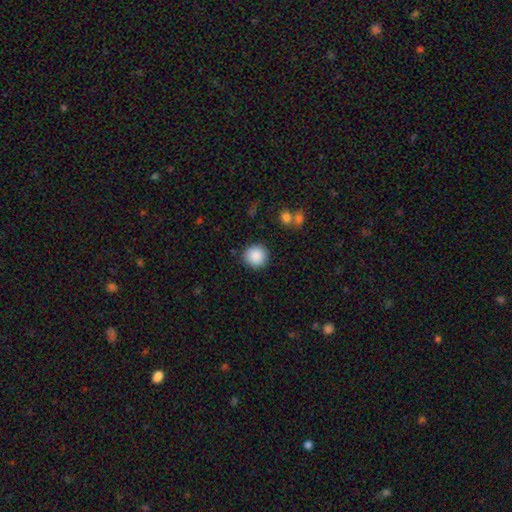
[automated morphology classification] smooth 89%, star or artifact 8%, featured or disk 3%. Down the decision tree: how rounded — round (94%); merging — none (89%).